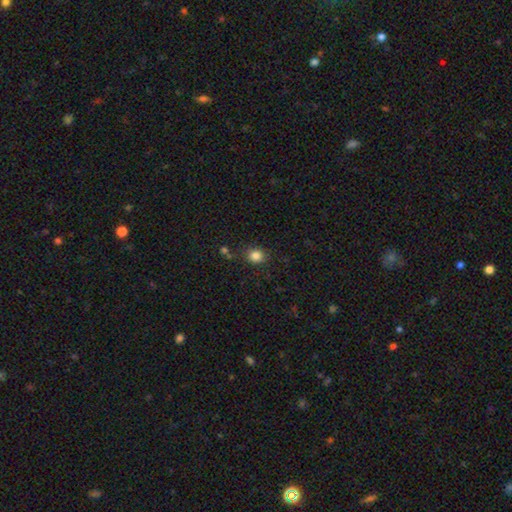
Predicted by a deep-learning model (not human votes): Smooth or featured?
  - smooth: 84% *
  - star or artifact: 11%
  - featured or disk: 5%
How rounded?
  - round: 73% *
  - in between: 26%
  - cigar-shaped: 1%
Merging?
  - none: 82% *
  - minor disturbance: 11%
  - merger: 3%
  - major disturbance: 3%